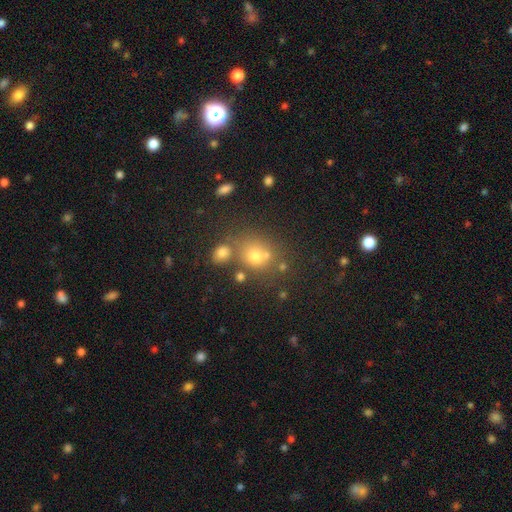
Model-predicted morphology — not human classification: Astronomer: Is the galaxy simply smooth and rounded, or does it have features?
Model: smooth — 67%.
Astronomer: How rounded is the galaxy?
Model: round — 71%.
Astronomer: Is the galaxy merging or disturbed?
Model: none — 56%.